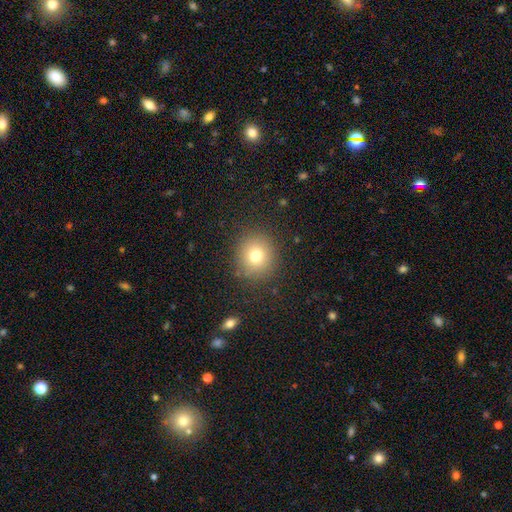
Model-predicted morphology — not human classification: The model was most divided on "smooth or featured": smooth: 76%, star or artifact: 13%, featured or disk: 11%. More confident: how rounded — round (88%); merging — none (88%).